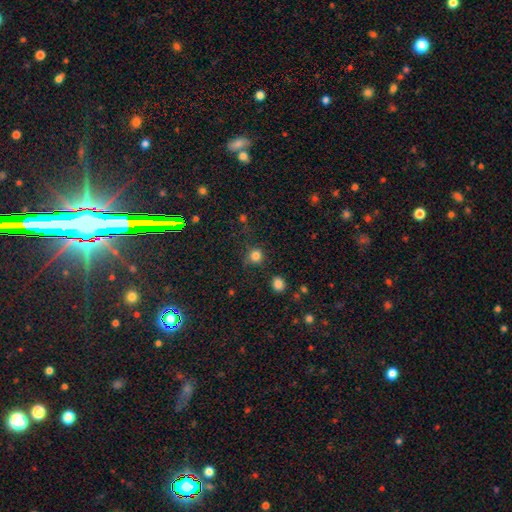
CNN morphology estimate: Smooth or featured?
  - smooth: 81% *
  - star or artifact: 14%
  - featured or disk: 4%
How rounded?
  - round: 90% *
  - in between: 9%
  - cigar-shaped: 1%
Merging?
  - none: 78% *
  - minor disturbance: 13%
  - major disturbance: 5%
  - merger: 4%